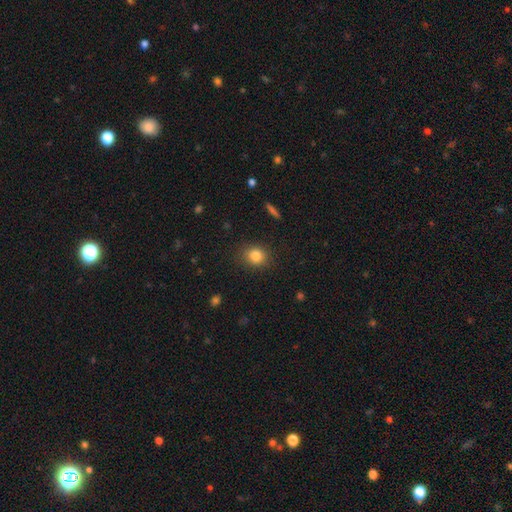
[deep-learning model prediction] Smooth or featured? smooth (83%)
How rounded? round (69%)
Merging? none (86%)